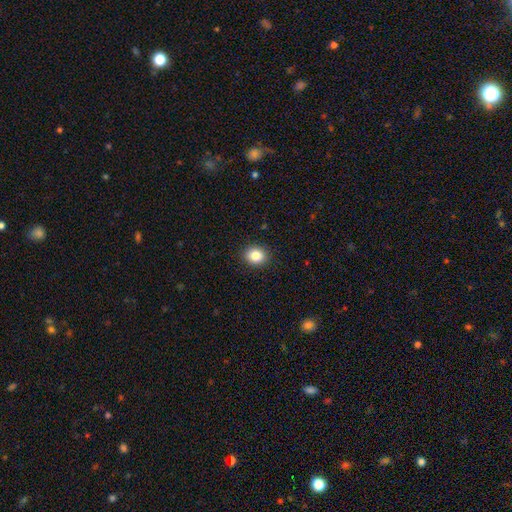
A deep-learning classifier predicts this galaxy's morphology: smooth 85%, star or artifact 10%, featured or disk 5%. Down the decision tree: how rounded — round (65%); merging — none (91%).